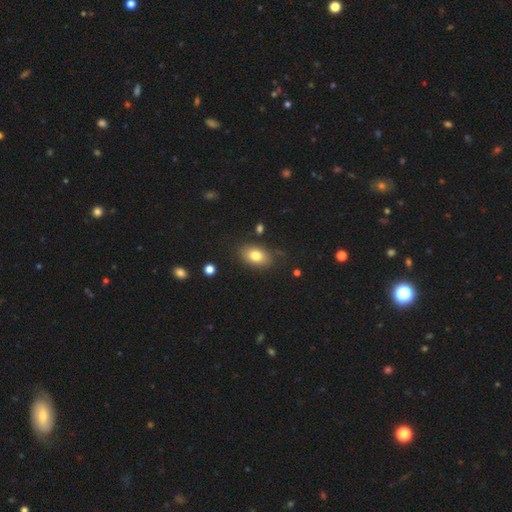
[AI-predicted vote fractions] This is likely a smooth galaxy (80%). How rounded: clearly in between (87%). Merging: likely none (79%).